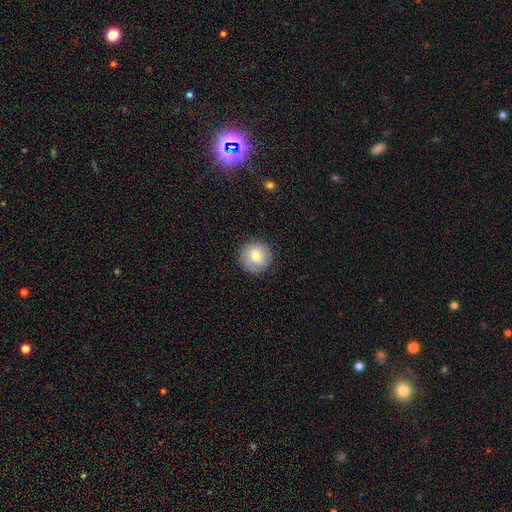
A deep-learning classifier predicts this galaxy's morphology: Overall: smooth (78%). How rounded: round (96%). Merging: none (88%).